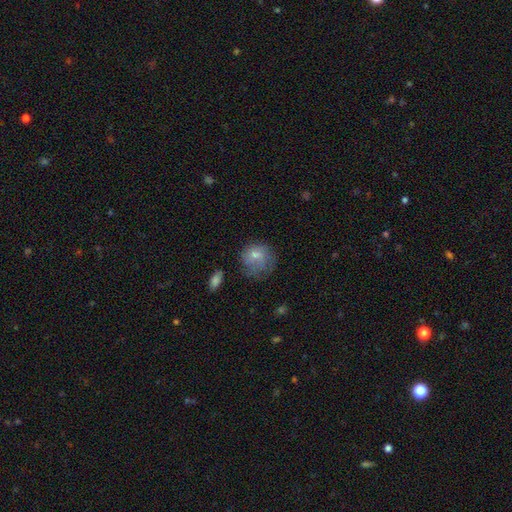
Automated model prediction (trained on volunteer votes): smooth 65%, featured or disk 26%, star or artifact 9%. Down the decision tree: how rounded — round (73%); merging — none (47%).